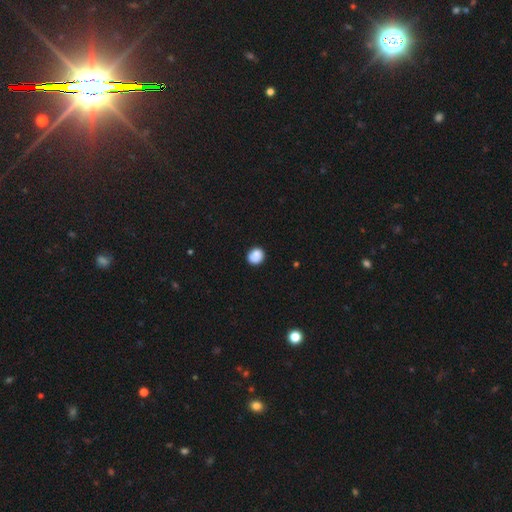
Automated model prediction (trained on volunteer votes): A smooth galaxy with no disk features (84%) that is round (79%).

Vote fractions:
- Smooth or featured? smooth: 84% / star or artifact: 9% / featured or disk: 8%
- How rounded? round: 79% / in between: 21% / cigar-shaped: 1%
- Merging? none: 74% / minor disturbance: 17% / merger: 5% / major disturbance: 4%